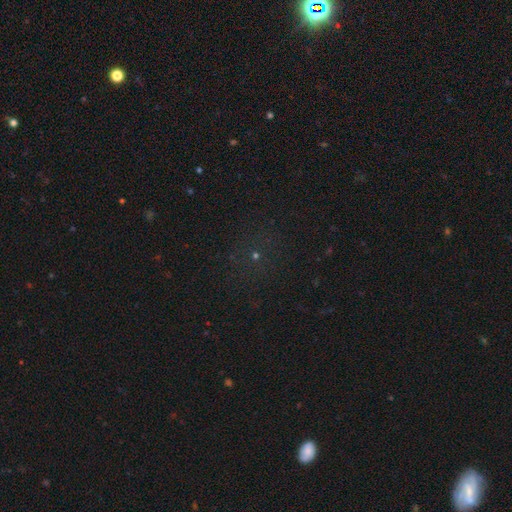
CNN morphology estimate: type=star or artifact (59%).